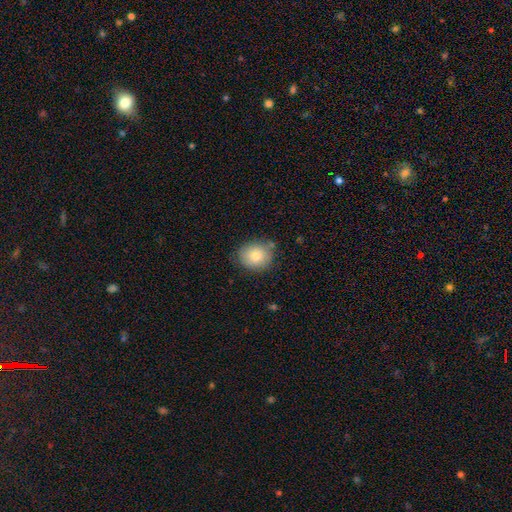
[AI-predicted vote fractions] Overall: smooth (81%). How rounded: round (69%; in between 30%). Merging: none (78%).